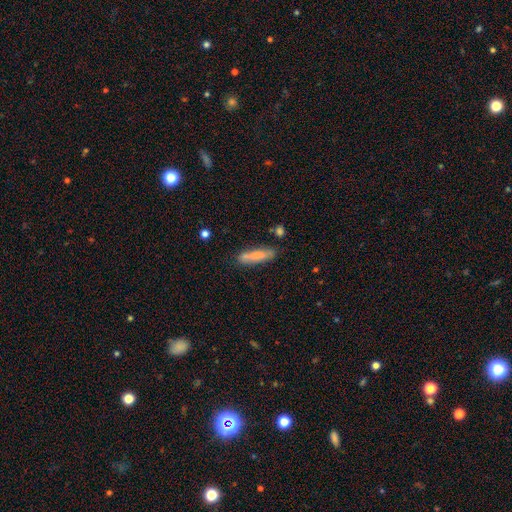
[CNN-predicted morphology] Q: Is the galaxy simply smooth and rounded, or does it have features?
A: smooth — 73%.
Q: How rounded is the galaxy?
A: cigar-shaped — 78%.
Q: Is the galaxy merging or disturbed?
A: none — 77%.